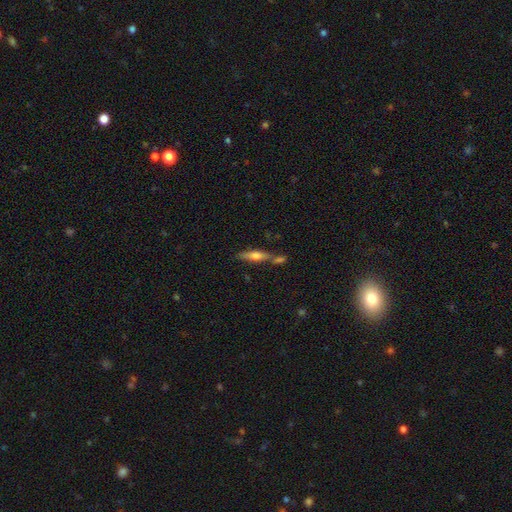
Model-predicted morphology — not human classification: Q: Smooth or featured?
A: smooth (48%); runner-up: featured or disk (44%)
Q: Merging?
A: none (55%); runner-up: merger (28%)